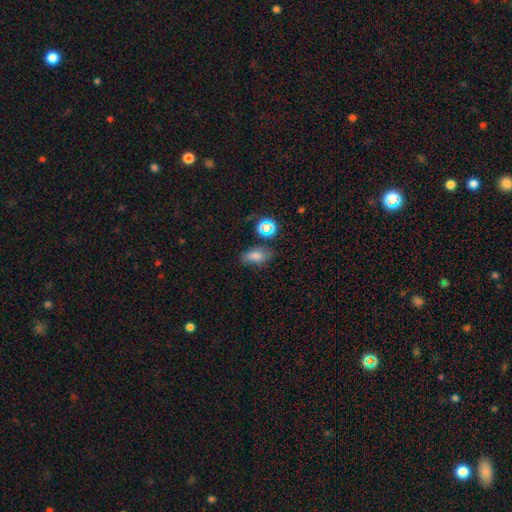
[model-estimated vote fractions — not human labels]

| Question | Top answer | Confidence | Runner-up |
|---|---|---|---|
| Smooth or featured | smooth | 71% | star or artifact (19%) |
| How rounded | in between | 86% | round (10%) |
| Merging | none | 70% | minor disturbance (19%) |